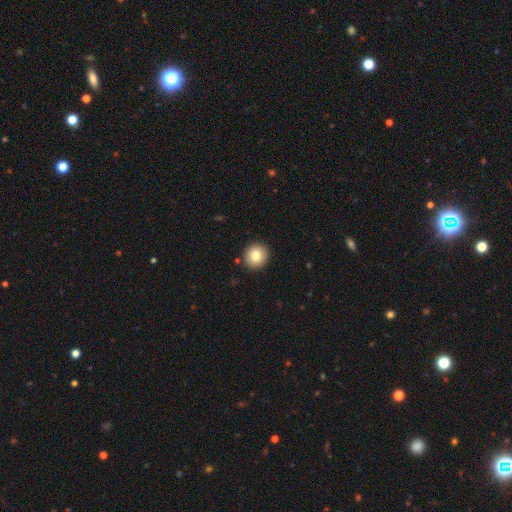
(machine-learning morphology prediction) This appears to be a smooth galaxy with no disk features (79%) that is round (92%). Merging: none (91%).